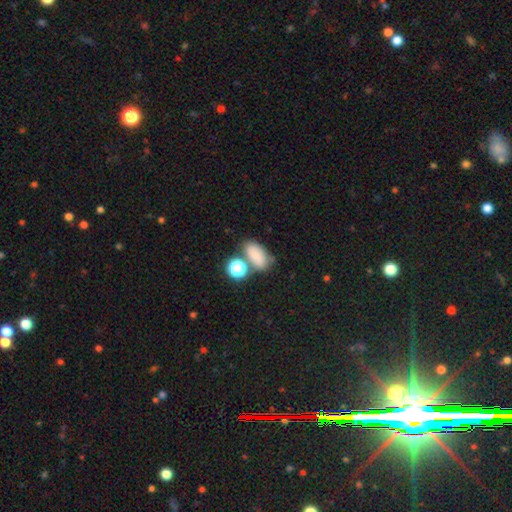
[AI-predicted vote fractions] Morphology: type=smooth (73%); roundness=in between (82%); merging=none (55%).